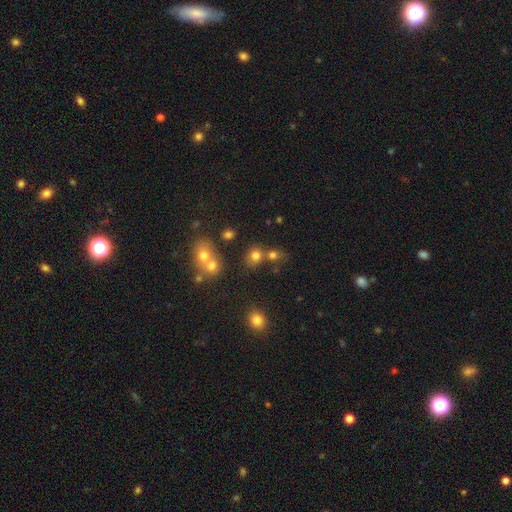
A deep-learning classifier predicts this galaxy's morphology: A smooth galaxy with no disk features (74%) that is round (74%). Merging: none (56%).